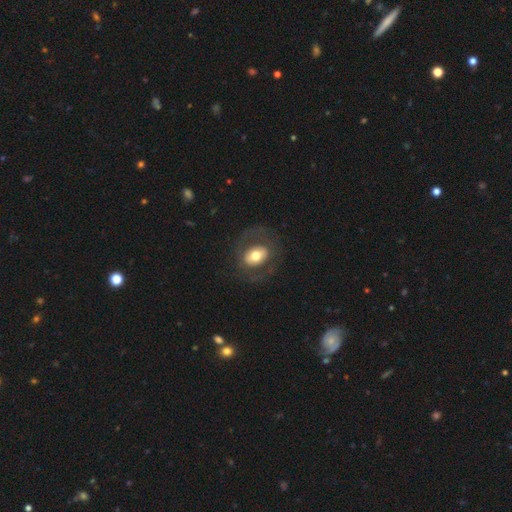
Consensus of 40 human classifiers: smooth 57%, featured or disk 32%, star or artifact 10%. Down the decision tree: how rounded — in between (74%); merging — none (53%).